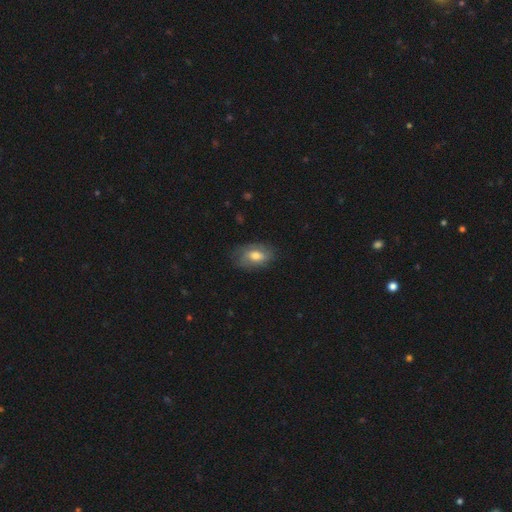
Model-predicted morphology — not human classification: The model was most divided on "smooth or featured": smooth: 55%, featured or disk: 38%, star or artifact: 7%. More confident: how rounded — in between (87%); merging — none (69%).